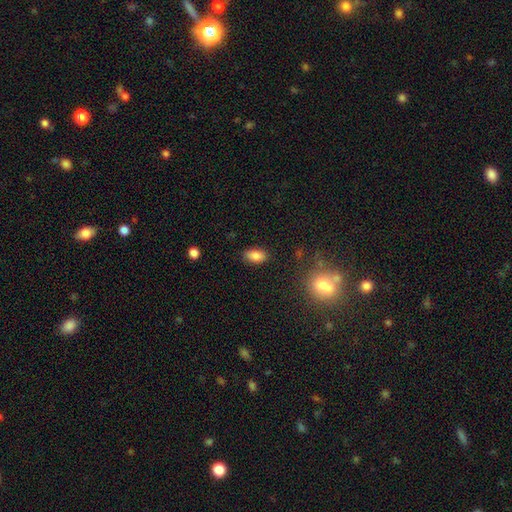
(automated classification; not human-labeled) smooth_or_featured: smooth (p=0.84) [alt: star or artifact p=0.09]
how_rounded: in between (p=0.91) [alt: round p=0.06]
merging: none (p=0.85) [alt: minor disturbance p=0.11]